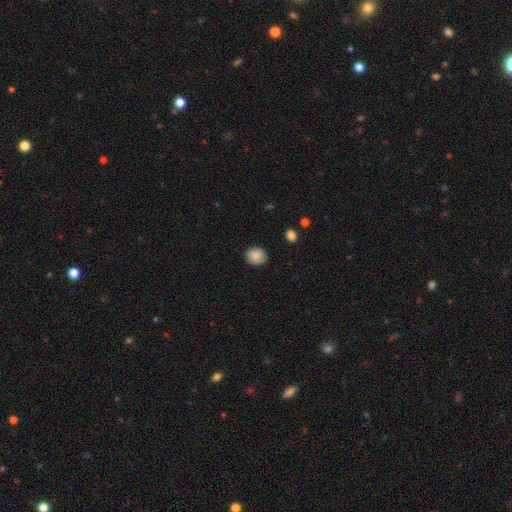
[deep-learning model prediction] A smooth galaxy with no disk features (83%) that is round (65%).

Vote fractions:
- Smooth or featured? smooth: 83% / featured or disk: 9% / star or artifact: 8%
- How rounded? round: 65% / in between: 34% / cigar-shaped: 1%
- Merging? none: 83% / minor disturbance: 13% / major disturbance: 3% / merger: 1%